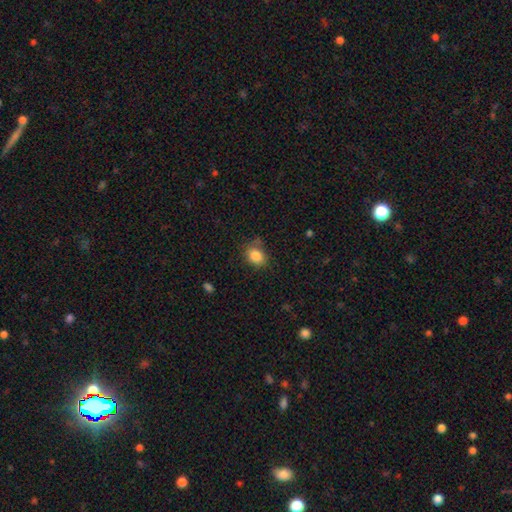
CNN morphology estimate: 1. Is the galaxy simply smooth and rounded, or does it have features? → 85% smooth, 9% star or artifact, 5% featured or disk.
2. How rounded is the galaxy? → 50% in between, 49% round, 1% cigar-shaped.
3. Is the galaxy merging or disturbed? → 68% none, 22% minor disturbance, 6% major disturbance, 4% merger.